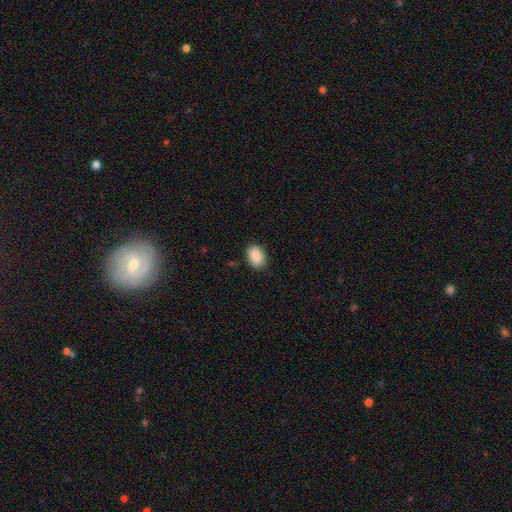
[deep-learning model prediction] A smooth galaxy with no disk features (90%) that is in between round and cigar-shaped (84%).

Vote fractions:
- Smooth or featured? smooth: 90% / star or artifact: 7% / featured or disk: 3%
- How rounded? in between: 84% / round: 15% / cigar-shaped: 1%
- Merging? none: 87% / minor disturbance: 10% / major disturbance: 2% / merger: 1%